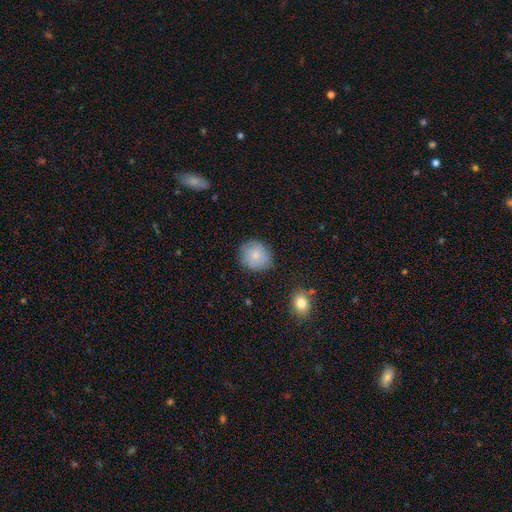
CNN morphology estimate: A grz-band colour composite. It shows a smooth galaxy with no disk features (78%) that is round (83%). Merging: none (80%).